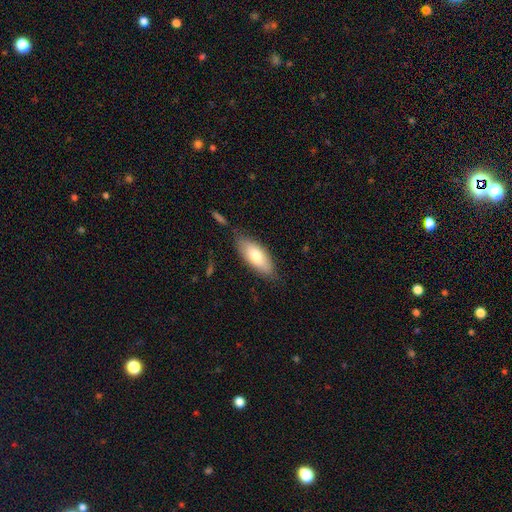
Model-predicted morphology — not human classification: This appears to be a smooth galaxy with no disk features (75%) that is in between round and cigar-shaped (79%). Merging: none (75%).